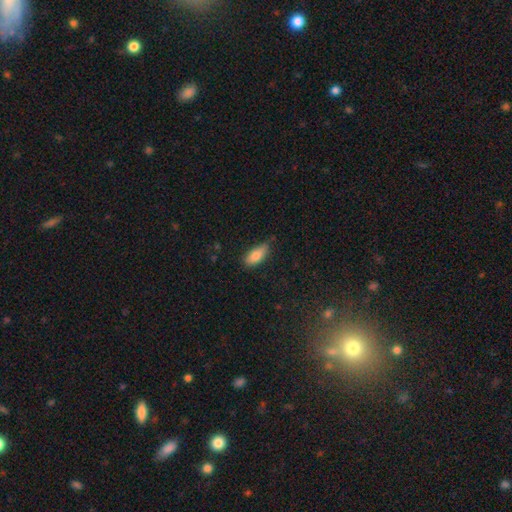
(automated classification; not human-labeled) smooth 82%, featured or disk 11%, star or artifact 7%. Down the decision tree: how rounded — in between (82%); merging — none (65%).